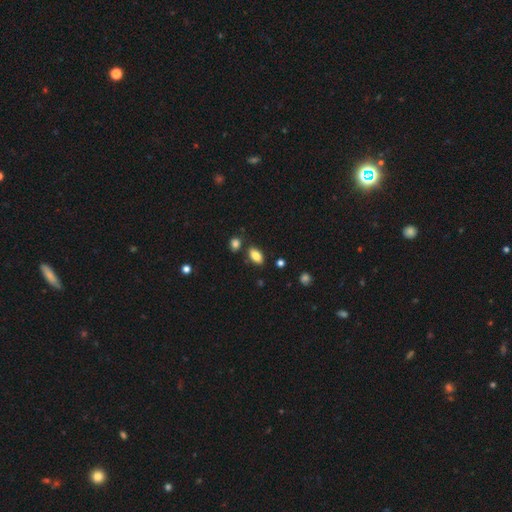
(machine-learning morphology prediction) Smooth or featured: smooth — 84% (star or artifact — 8%)
How rounded: in between — 91% (round — 5%)
Merging: none — 81% (minor disturbance — 11%)